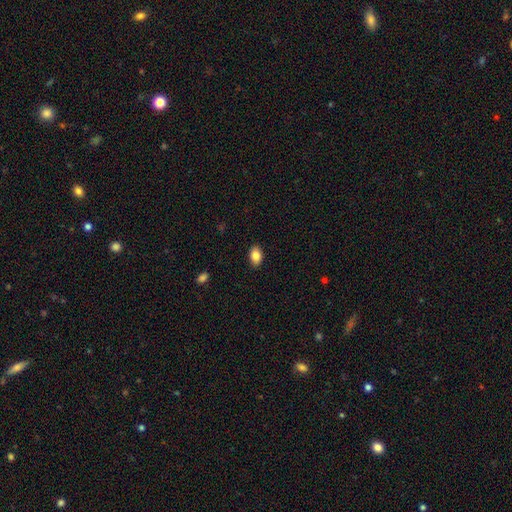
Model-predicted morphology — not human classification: This appears to be a smooth galaxy with no disk features (85%) that is in between round and cigar-shaped (88%). Merging: none (88%).